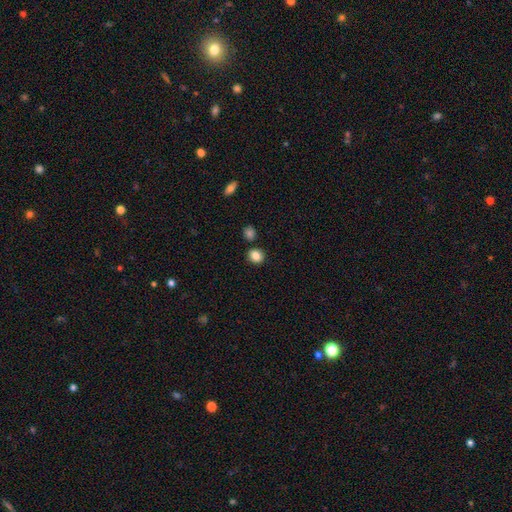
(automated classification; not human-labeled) A smooth galaxy with no disk features (85%) that is round (76%).

Vote fractions:
- Smooth or featured? smooth: 85% / star or artifact: 10% / featured or disk: 5%
- How rounded? round: 76% / in between: 23% / cigar-shaped: 1%
- Merging? none: 84% / minor disturbance: 8% / merger: 6% / major disturbance: 2%